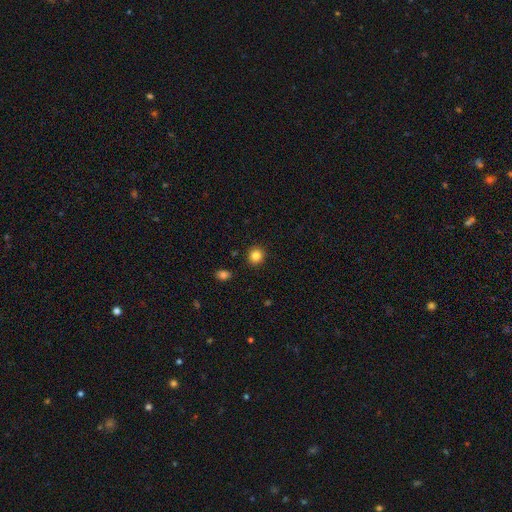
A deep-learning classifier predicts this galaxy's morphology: Smooth or featured? Predicted: smooth (p=0.85). How rounded? Predicted: round (p=0.88). Merging? Predicted: none (p=0.91).